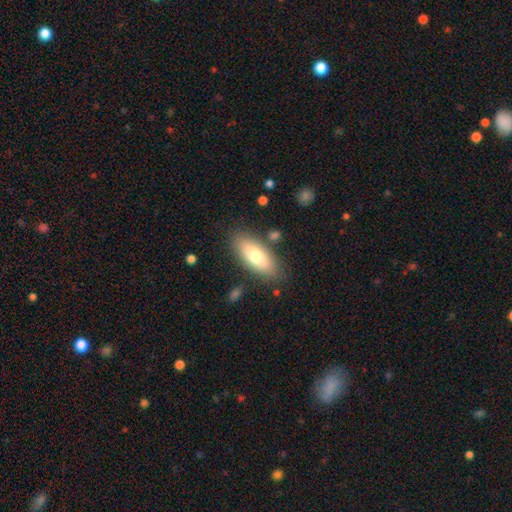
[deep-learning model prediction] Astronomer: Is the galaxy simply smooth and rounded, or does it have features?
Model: smooth — 72%.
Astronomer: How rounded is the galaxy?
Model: in between — 77%.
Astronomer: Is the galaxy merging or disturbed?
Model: none — 81%.